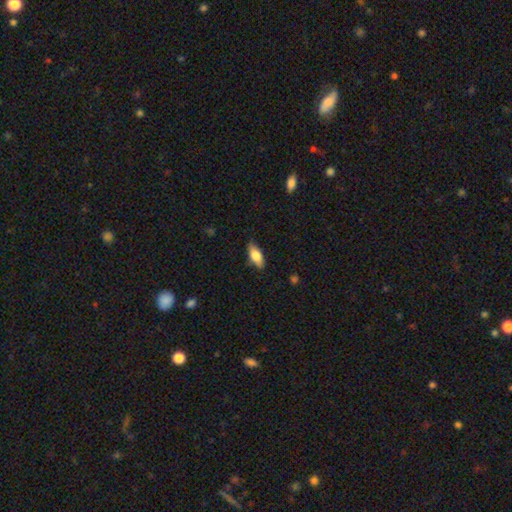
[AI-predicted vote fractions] The model was most divided on "smooth or featured": smooth: 73%, featured or disk: 21%, star or artifact: 6%. More confident: merging — none (83%); how rounded — in between (81%).